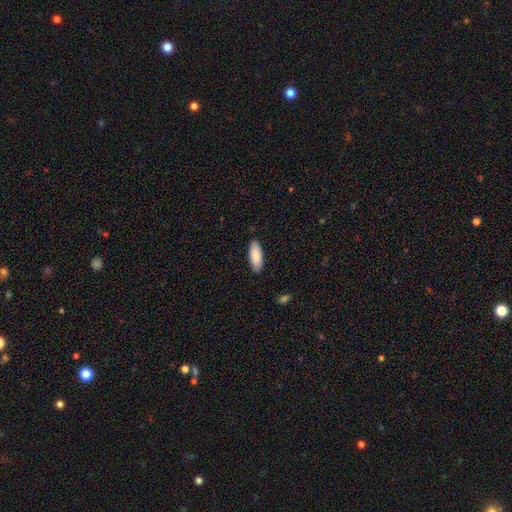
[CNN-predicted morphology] type=smooth (85%); roundness=in between (73%); merging=none (89%).